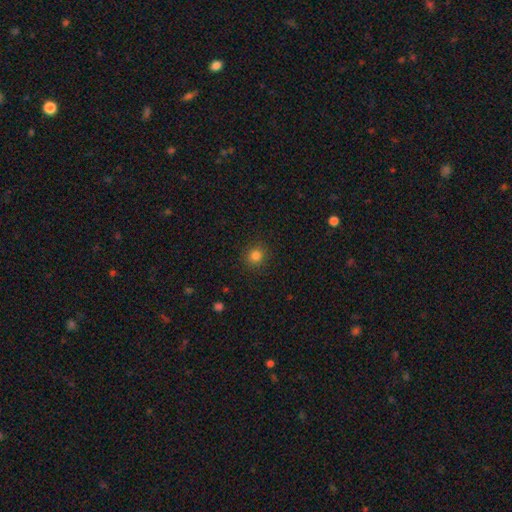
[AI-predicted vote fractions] The model was most divided on "smooth or featured": smooth: 83%, star or artifact: 13%, featured or disk: 4%. More confident: how rounded — round (91%); merging — none (91%).